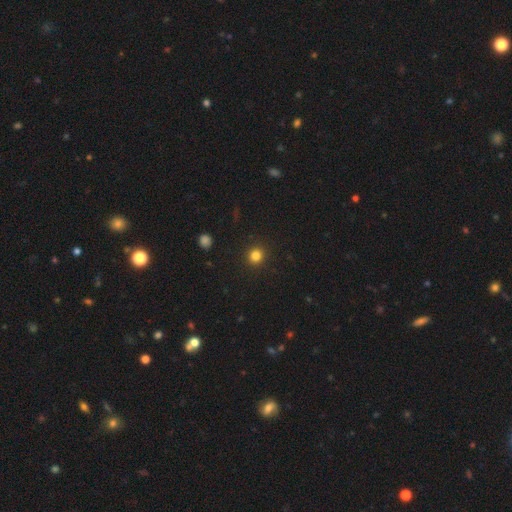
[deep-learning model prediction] Q: Smooth or featured?
A: smooth (82%); runner-up: star or artifact (13%)
Q: How rounded?
A: round (93%); runner-up: in between (6%)
Q: Merging?
A: none (92%); runner-up: minor disturbance (5%)